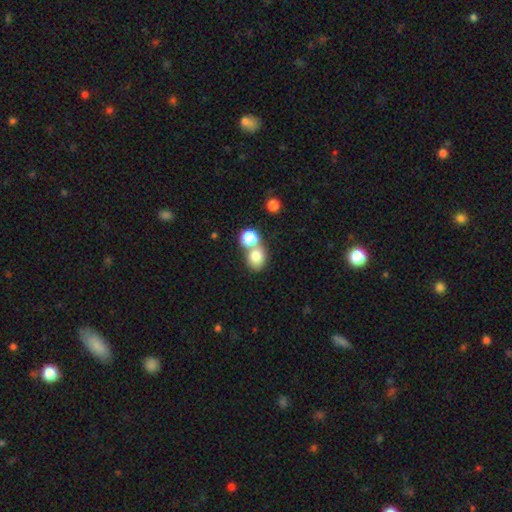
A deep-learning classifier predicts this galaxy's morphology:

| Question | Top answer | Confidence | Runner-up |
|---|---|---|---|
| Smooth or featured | smooth | 78% | featured or disk (11%) |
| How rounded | round | 65% | in between (34%) |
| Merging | merger | 52% | none (38%) |